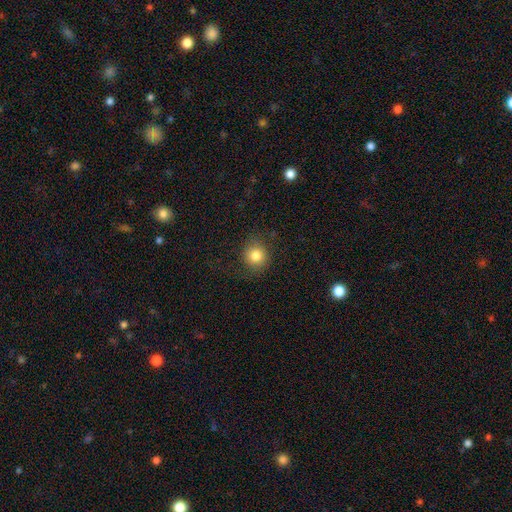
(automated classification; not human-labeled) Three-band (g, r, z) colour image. It shows a smooth galaxy with no disk features (81%) that is round (88%). Merging: none (82%).